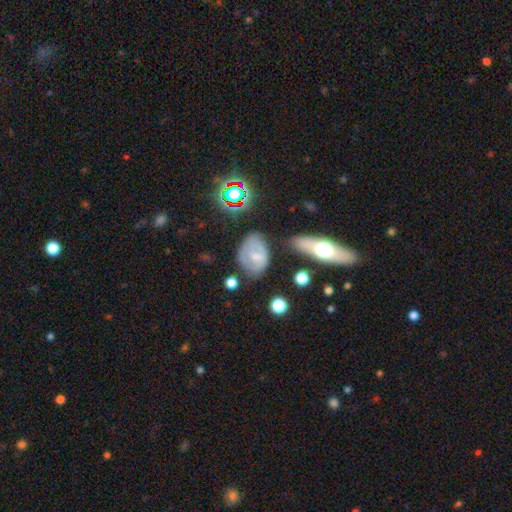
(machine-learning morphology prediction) A smooth galaxy with no disk features (49%).

Vote fractions:
- Smooth or featured? smooth: 49% / featured or disk: 40% / star or artifact: 11%
- Merging? none: 55% / minor disturbance: 26% / major disturbance: 12% / merger: 7%